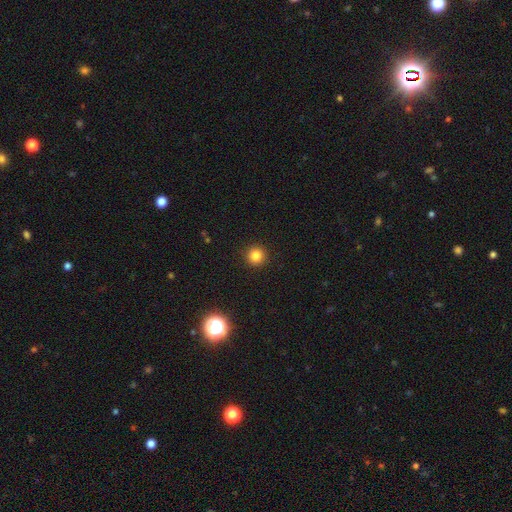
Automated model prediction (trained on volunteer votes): smooth-or-featured: smooth: 82% | star or artifact: 13% | featured or disk: 5%
  how-rounded: round: 95% | in between: 4% | cigar-shaped: 1%
  merging: none: 93% | minor disturbance: 4% | major disturbance: 2% | merger: 1%